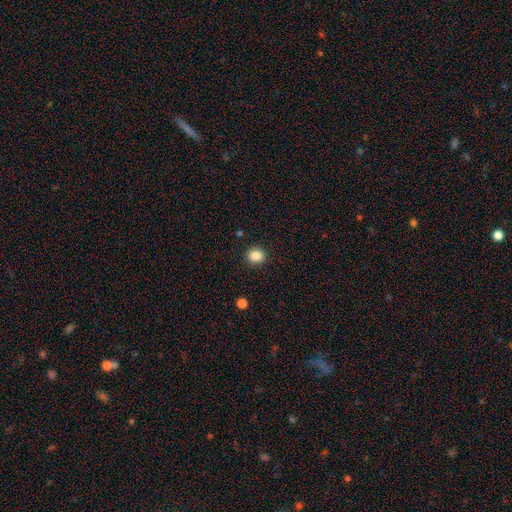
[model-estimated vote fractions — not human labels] Smooth or featured: smooth — 87% (star or artifact — 10%)
How rounded: round — 74% (in between — 25%)
Merging: none — 90% (minor disturbance — 7%)